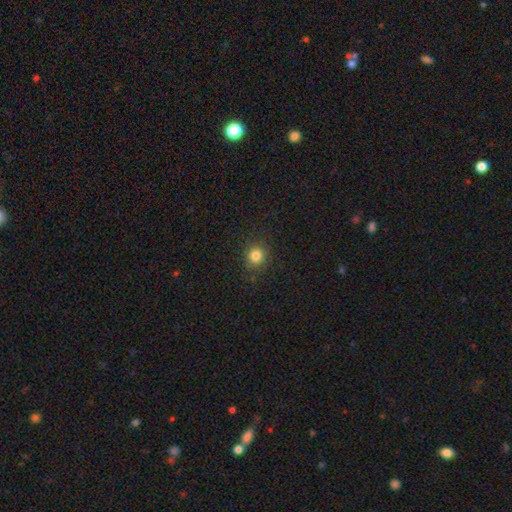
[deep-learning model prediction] smooth 83%, star or artifact 12%, featured or disk 5%. Down the decision tree: how rounded — round (85%); merging — none (85%).